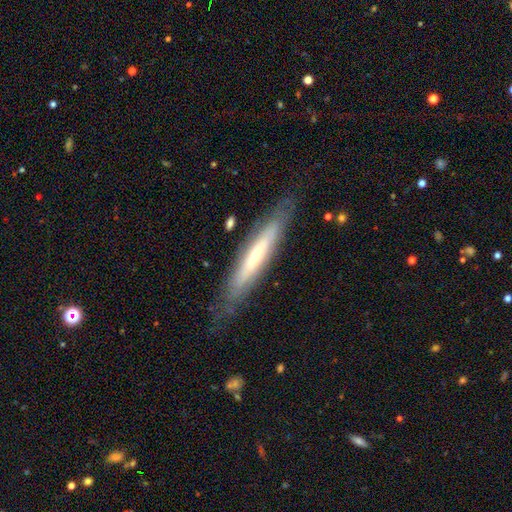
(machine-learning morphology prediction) smooth_or_featured: featured or disk (p=0.54) [alt: smooth p=0.40]
disk_edge_on: yes (p=0.79) [alt: no p=0.21]
merging: none (p=0.79) [alt: minor disturbance p=0.15]